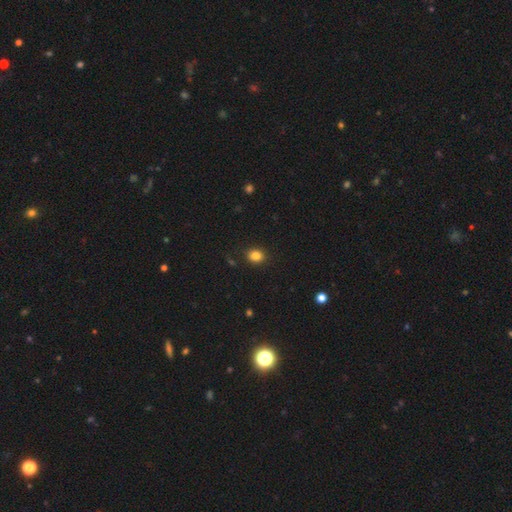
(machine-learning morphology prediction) Q: Smooth or featured?
A: smooth (84%); runner-up: star or artifact (12%)
Q: How rounded?
A: round (70%); runner-up: in between (29%)
Q: Merging?
A: none (89%); runner-up: minor disturbance (8%)